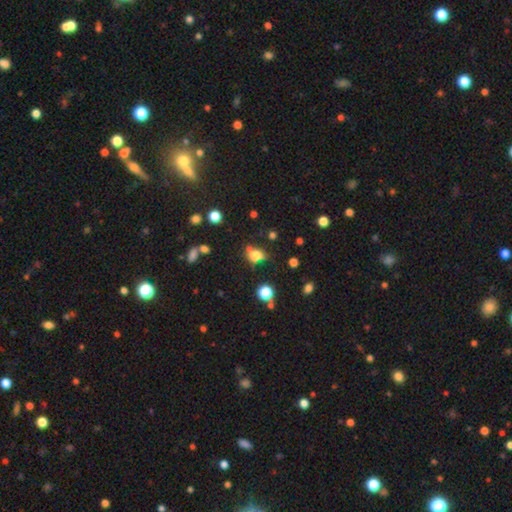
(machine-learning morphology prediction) Smooth or featured? smooth (71%)
How rounded? in between (50%)
Merging? none (57%)